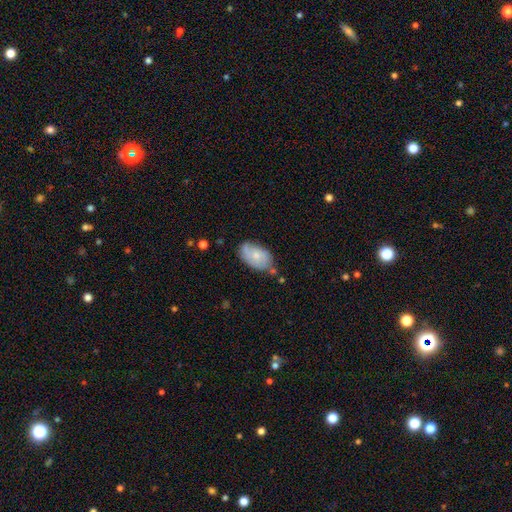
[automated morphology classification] smooth_or_featured: smooth (p=0.59) [alt: featured or disk p=0.35]
how_rounded: in between (p=0.91) [alt: round p=0.08]
merging: none (p=0.56) [alt: minor disturbance p=0.30]